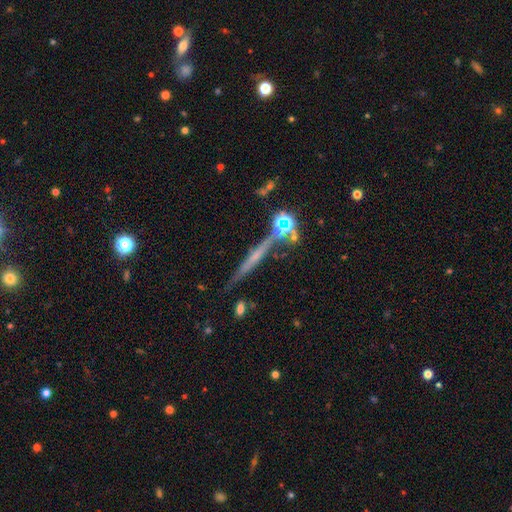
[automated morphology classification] smooth_or_featured: featured or disk (p=0.60) [alt: smooth p=0.24]
disk_edge_on: yes (p=0.94) [alt: no p=0.06]
edge_on_bulge: none (p=0.54) [alt: rounded p=0.32]
merging: none (p=0.76) [alt: minor disturbance p=0.12]